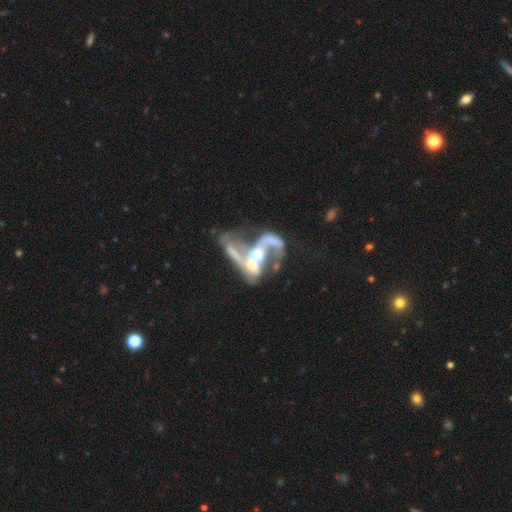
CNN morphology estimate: Smooth or featured? Predicted: featured or disk (p=0.76). Edge-on disk? Predicted: no (p=0.96). Bar? Predicted: no (p=0.68). Spiral arms? Predicted: yes (p=0.60). Bulge size? Predicted: moderate (p=0.56). Merging? Predicted: merger (p=0.68).